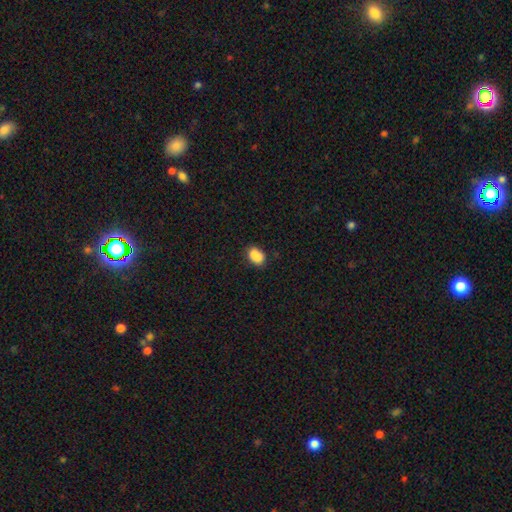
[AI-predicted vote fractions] Morphology: type=smooth (82%); roundness=in between (72%); merging=none (56%).